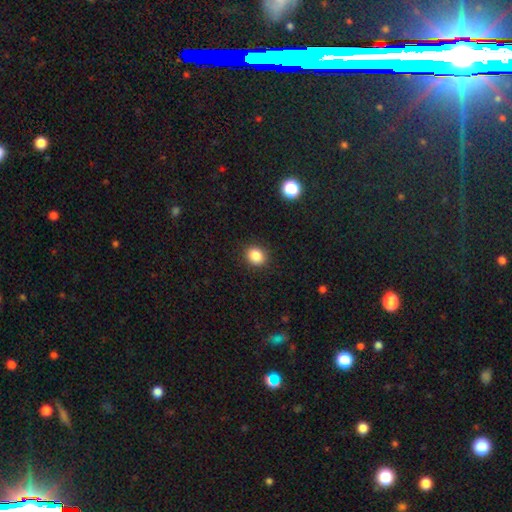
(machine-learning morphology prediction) Smooth or featured: smooth — 86% (star or artifact — 10%)
How rounded: round — 65% (in between — 34%)
Merging: none — 90% (minor disturbance — 7%)